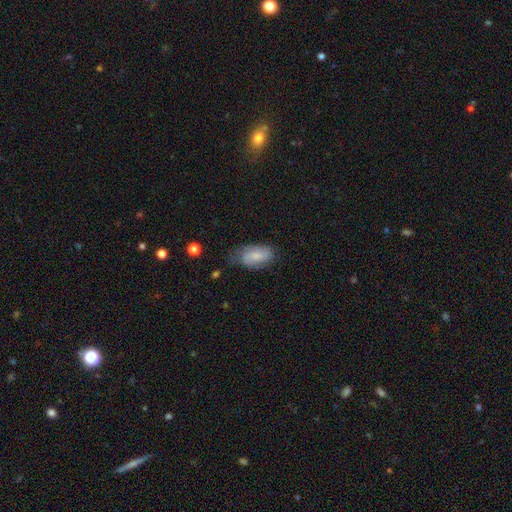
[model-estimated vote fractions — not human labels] smooth_or_featured: smooth (p=0.65) [alt: featured or disk p=0.27]
how_rounded: in between (p=0.92) [alt: round p=0.05]
merging: none (p=0.59) [alt: minor disturbance p=0.30]